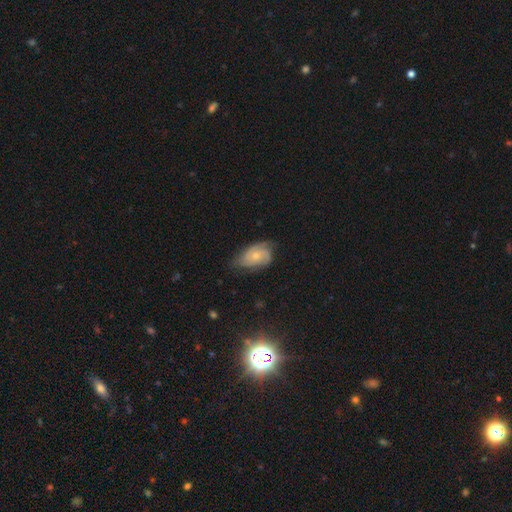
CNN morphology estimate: Q: Smooth or featured?
A: featured or disk (66%); runner-up: smooth (27%)
Q: Edge-on disk?
A: no (96%); runner-up: yes (4%)
Q: Bar?
A: no (78%); runner-up: weak (19%)
Q: Spiral arms?
A: yes (90%); runner-up: no (10%)
Q: Spiral winding?
A: tight (48%); runner-up: medium (38%)
Q: Spiral arm count?
A: 2 (36%); runner-up: 3 (29%)
Q: Bulge size?
A: small (53%); runner-up: moderate (43%)
Q: Merging?
A: none (57%); runner-up: minor disturbance (32%)